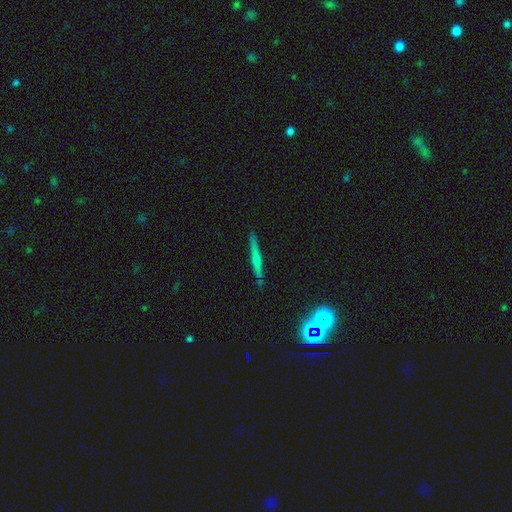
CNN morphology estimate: Smooth or featured: featured or disk — 61% (smooth — 27%)
Edge-on disk: yes — 96% (no — 4%)
Edge-on bulge: rounded — 54% (none — 35%)
Merging: none — 89% (minor disturbance — 8%)